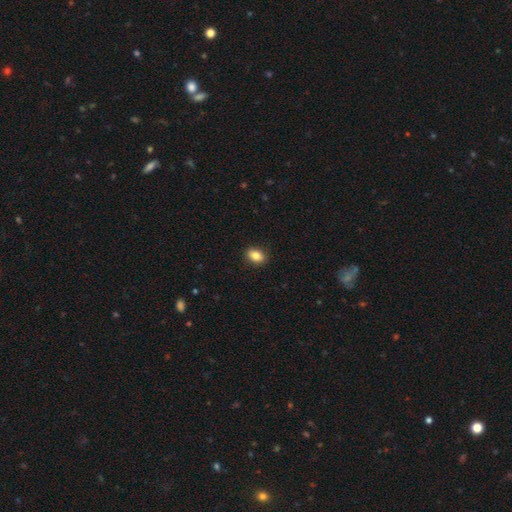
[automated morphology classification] Smooth or featured? Predicted: smooth (p=0.86). How rounded? Predicted: in between (p=0.81). Merging? Predicted: none (p=0.90).